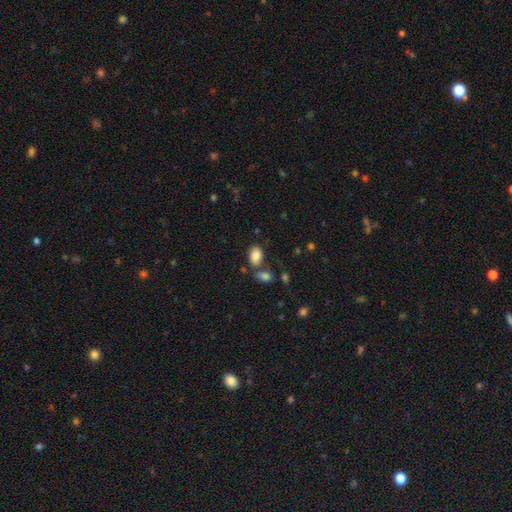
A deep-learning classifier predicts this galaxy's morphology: Smooth or featured? Predicted: smooth (p=0.86). How rounded? Predicted: in between (p=0.89). Merging? Predicted: none (p=0.63).